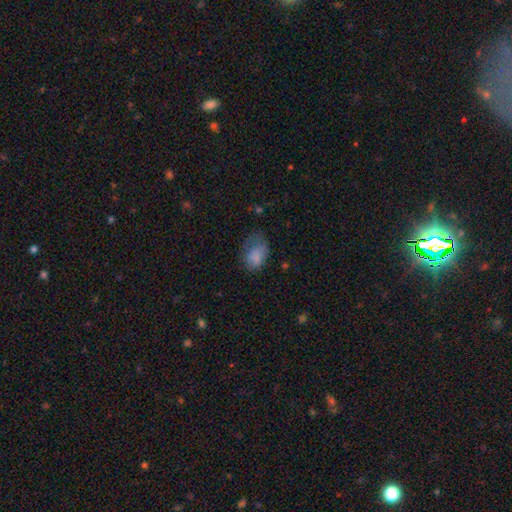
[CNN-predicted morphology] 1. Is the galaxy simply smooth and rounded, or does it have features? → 77% smooth, 13% featured or disk, 10% star or artifact.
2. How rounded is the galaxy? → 81% in between, 18% round, 1% cigar-shaped.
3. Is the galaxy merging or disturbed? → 34% none, 33% minor disturbance, 31% major disturbance, 2% merger.